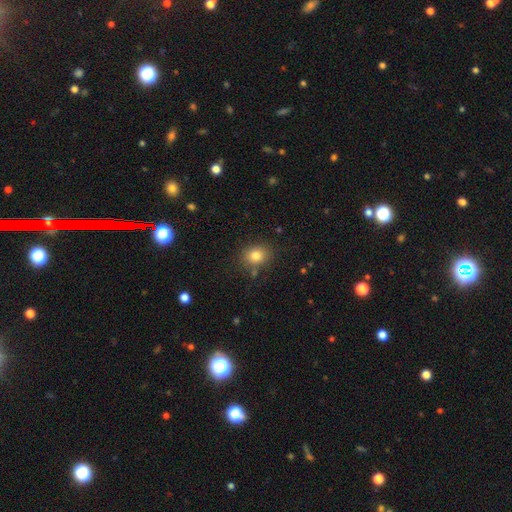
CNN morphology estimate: Smooth or featured? smooth (81%)
How rounded? round (61%)
Merging? none (81%)